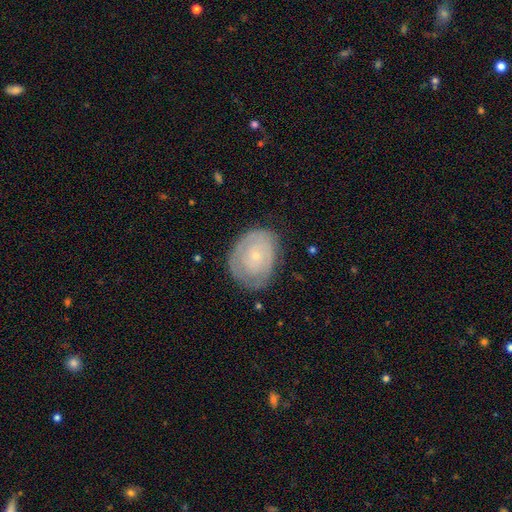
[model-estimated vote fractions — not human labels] Morphology: type=featured or disk (58%); edge-on=no (96%); bar=no (86%); spiral arms=yes (62%); bulge=small (80%); merging=none (69%).